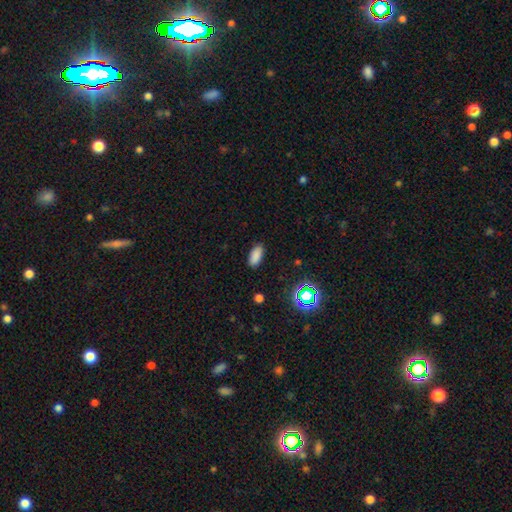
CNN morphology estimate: type=smooth (82%); roundness=in between (87%); merging=none (87%).